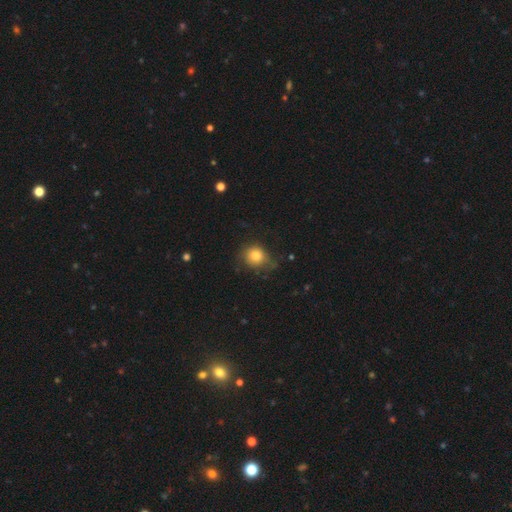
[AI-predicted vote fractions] Smooth or featured? Predicted: smooth (p=0.80). How rounded? Predicted: round (p=0.77). Merging? Predicted: none (p=0.61).